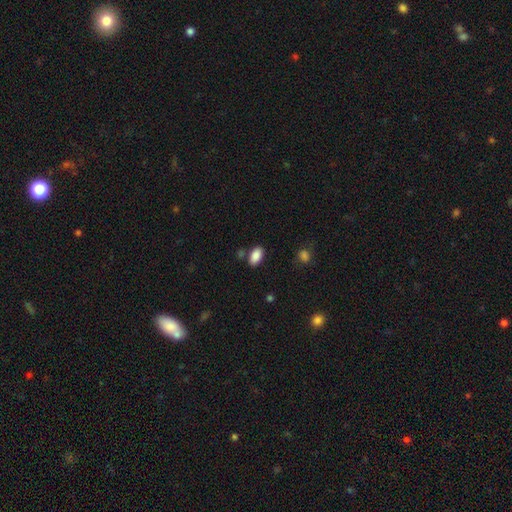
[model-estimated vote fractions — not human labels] Smooth or featured? Predicted: smooth (p=0.88). How rounded? Predicted: in between (p=0.93). Merging? Predicted: none (p=0.80).